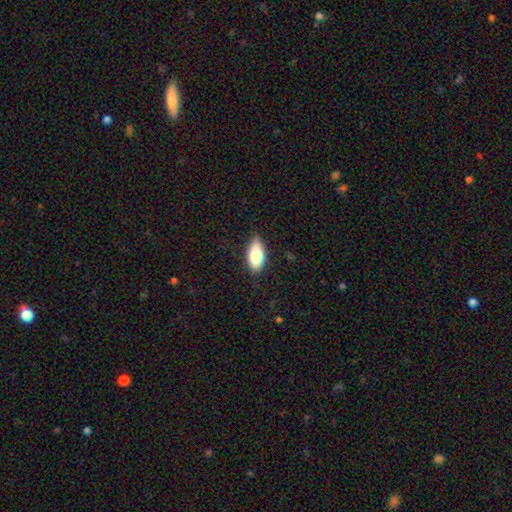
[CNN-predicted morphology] Overall: smooth (78%). How rounded: in between (89%). Merging: none (83%).